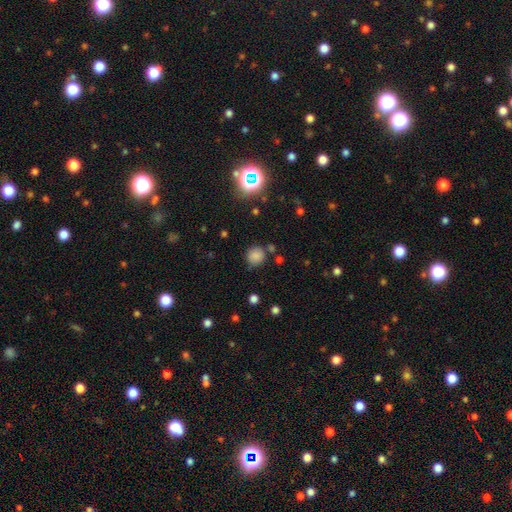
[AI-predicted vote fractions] A smooth galaxy with no disk features (80%) that is round (90%).

Vote fractions:
- Smooth or featured? smooth: 80% / star or artifact: 15% / featured or disk: 5%
- How rounded? round: 90% / in between: 9% / cigar-shaped: 1%
- Merging? none: 78% / minor disturbance: 13% / merger: 5% / major disturbance: 4%